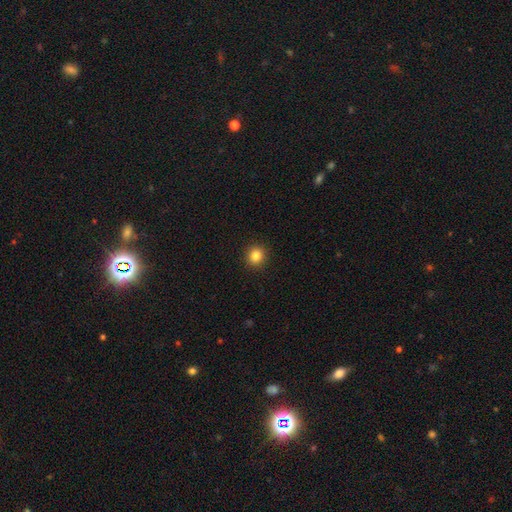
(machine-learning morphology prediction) This is clearly a smooth galaxy (85%). How rounded: clearly round (88%). Merging: clearly none (92%).